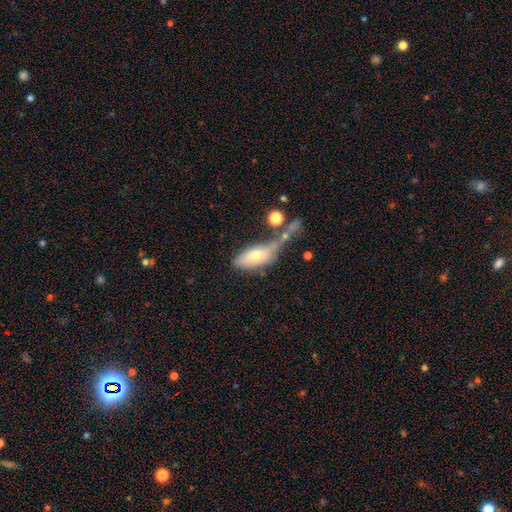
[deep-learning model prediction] Smooth or featured: smooth — 63% (featured or disk — 29%)
How rounded: in between — 80% (cigar-shaped — 16%)
Merging: none — 28% (merger — 27%)